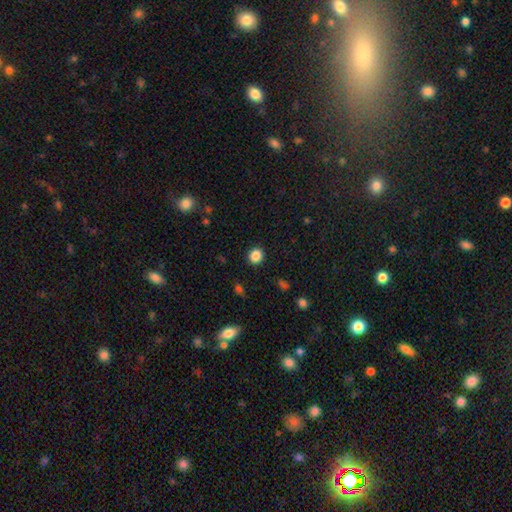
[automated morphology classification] Smooth or featured: smooth — 86% (star or artifact — 11%)
How rounded: round — 84% (in between — 15%)
Merging: none — 91% (minor disturbance — 5%)